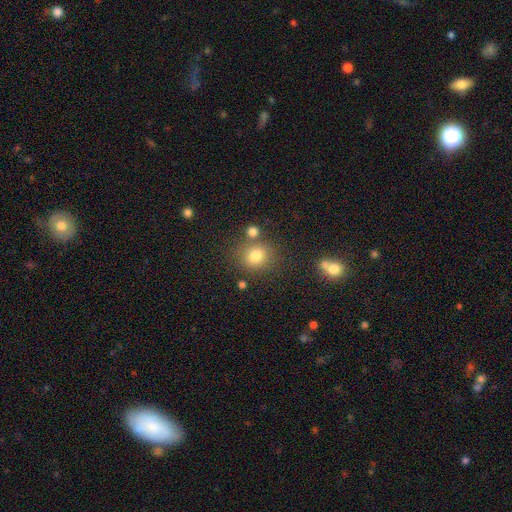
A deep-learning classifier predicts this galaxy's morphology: Smooth or featured? smooth (79%)
How rounded? round (80%)
Merging? none (73%)